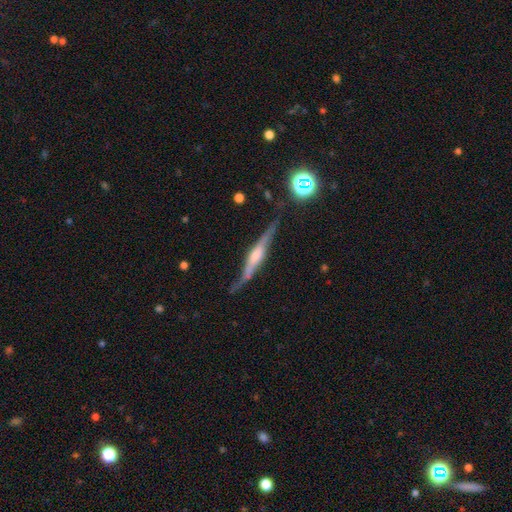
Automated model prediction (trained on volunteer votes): Morphology: type=featured or disk (77%); edge-on=yes (93%); edge-on bulge=rounded (60%); merging=none (73%).